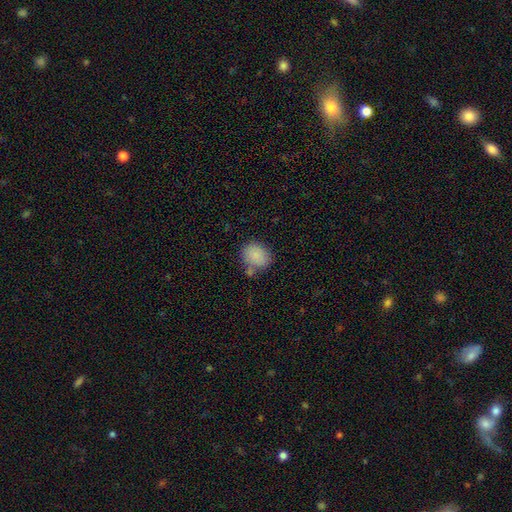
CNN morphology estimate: smooth-or-featured: smooth: 86% | star or artifact: 8% | featured or disk: 6%
  how-rounded: round: 57% | in between: 42% | cigar-shaped: 1%
  merging: none: 66% | minor disturbance: 17% | merger: 12% | major disturbance: 5%